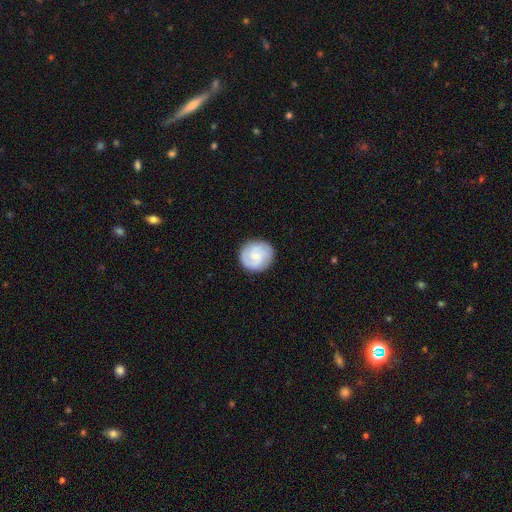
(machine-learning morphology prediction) smooth_or_featured: featured or disk (p=0.51) [alt: smooth p=0.43]
disk_edge_on: no (p=0.98) [alt: yes p=0.02]
merging: none (p=0.88) [alt: minor disturbance p=0.09]